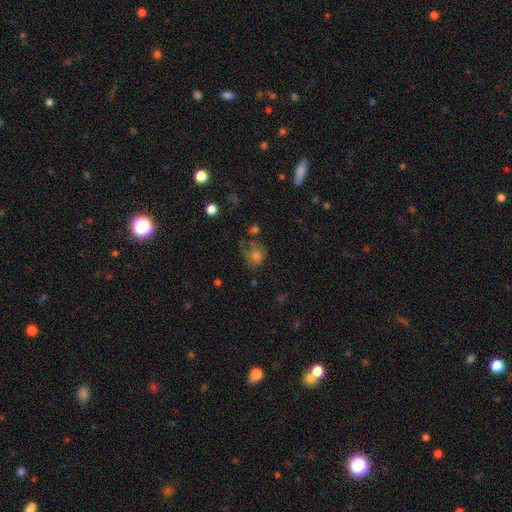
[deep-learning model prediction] Smooth or featured?
  - smooth: 57% *
  - featured or disk: 25%
  - star or artifact: 18%
How rounded?
  - round: 66% *
  - in between: 33%
  - cigar-shaped: 1%
Merging?
  - none: 43% *
  - minor disturbance: 25%
  - major disturbance: 24%
  - merger: 8%